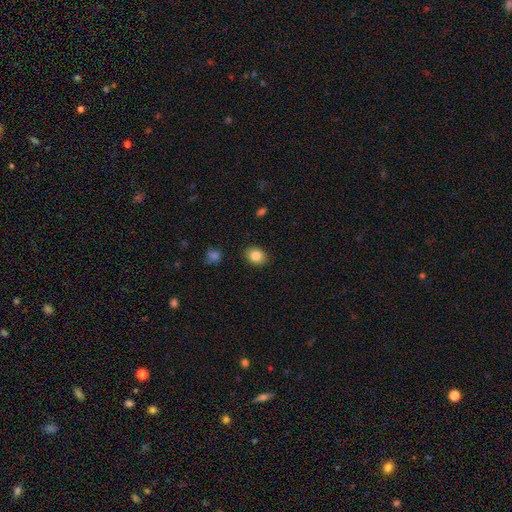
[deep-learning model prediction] Morphology: type=smooth (84%); roundness=in between (54%); merging=none (88%).